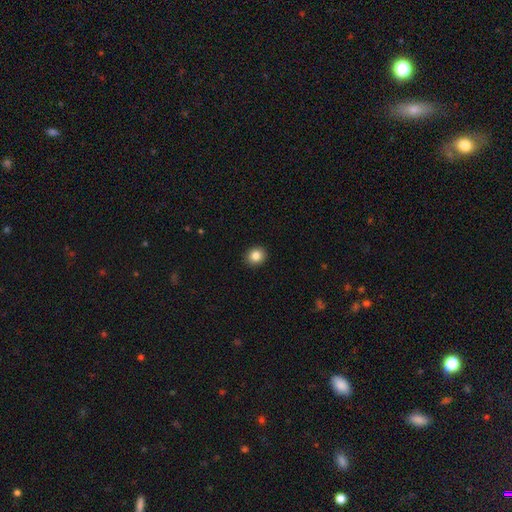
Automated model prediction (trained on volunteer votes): Smooth or featured: smooth — 84% (star or artifact — 10%)
How rounded: round — 77% (in between — 22%)
Merging: none — 92% (minor disturbance — 5%)